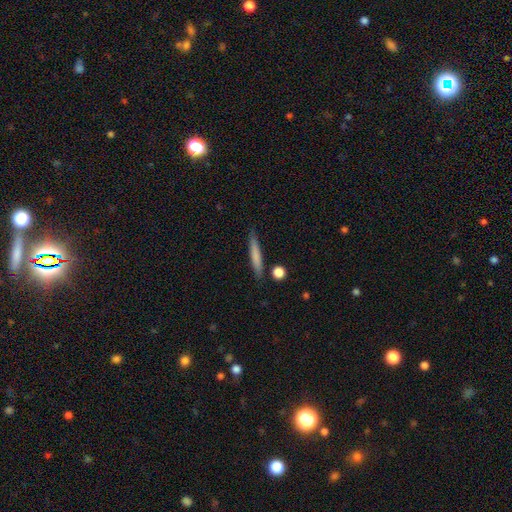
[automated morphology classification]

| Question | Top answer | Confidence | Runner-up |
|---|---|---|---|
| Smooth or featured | smooth | 73% | featured or disk (21%) |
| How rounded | cigar-shaped | 94% | in between (5%) |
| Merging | none | 85% | minor disturbance (10%) |